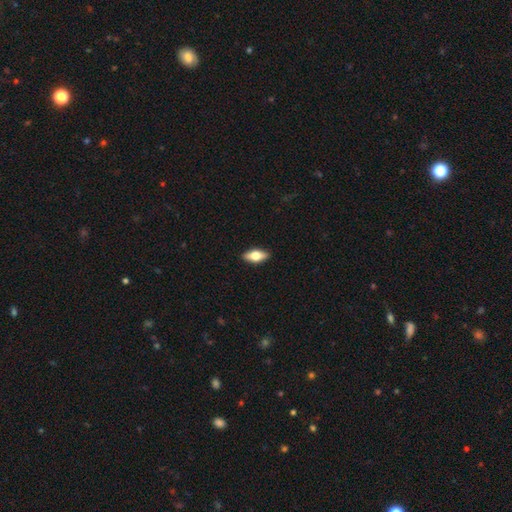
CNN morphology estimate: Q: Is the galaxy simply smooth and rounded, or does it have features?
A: smooth — 66%.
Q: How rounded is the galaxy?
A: in between — 82%.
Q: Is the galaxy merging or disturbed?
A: none — 90%.